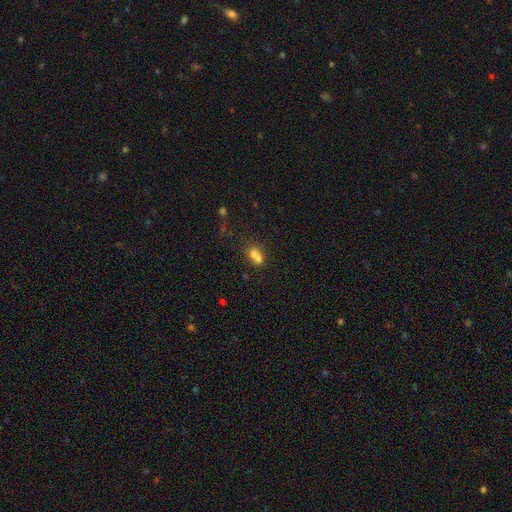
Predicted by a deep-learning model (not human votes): This is likely a smooth galaxy (67%). How rounded: possibly in between (49%, tied with round). Merging: likely merger (64%).